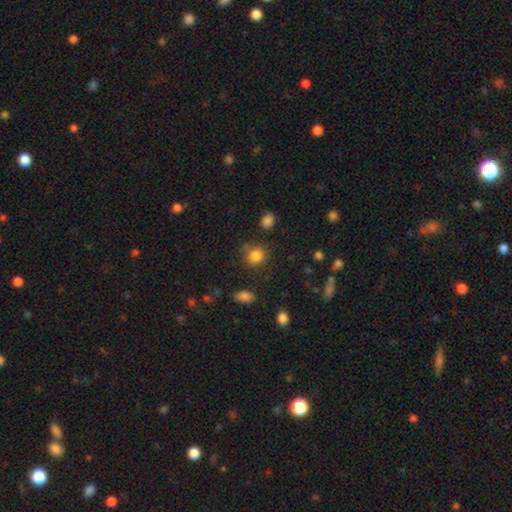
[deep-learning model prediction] smooth-or-featured: smooth: 83% | star or artifact: 12% | featured or disk: 6%
  how-rounded: round: 82% | in between: 17% | cigar-shaped: 1%
  merging: none: 75% | minor disturbance: 16% | major disturbance: 5% | merger: 4%